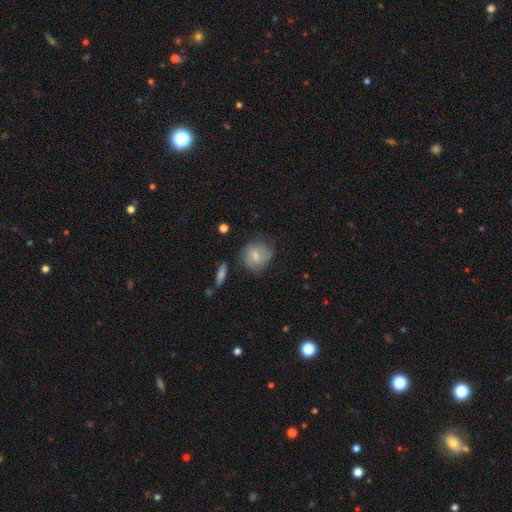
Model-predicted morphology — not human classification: type=smooth (51%); roundness=round (75%); merging=none (64%).